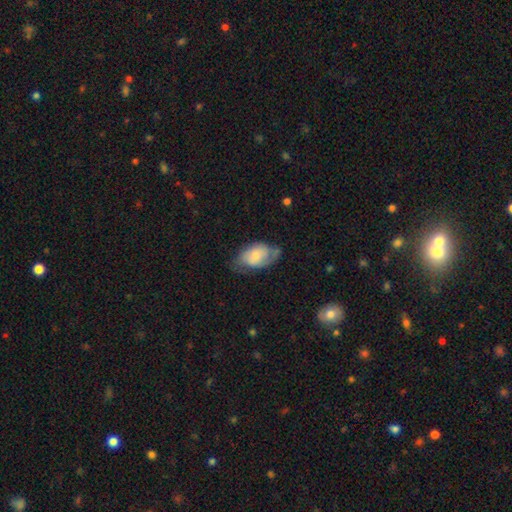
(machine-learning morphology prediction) smooth 56%, featured or disk 38%, star or artifact 7%. Down the decision tree: how rounded — in between (90%); merging — none (48%).